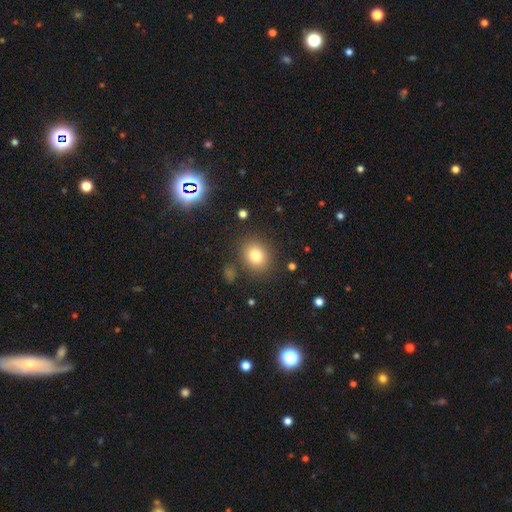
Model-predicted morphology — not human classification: smooth 79%, star or artifact 12%, featured or disk 9%. Down the decision tree: how rounded — round (63%); merging — none (85%).